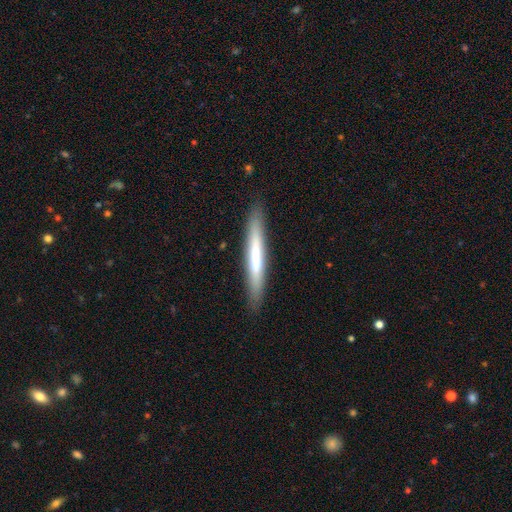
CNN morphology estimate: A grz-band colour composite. It shows a smooth galaxy with no disk features (58%) that is cigar-shaped (95%). Merging: none (89%).